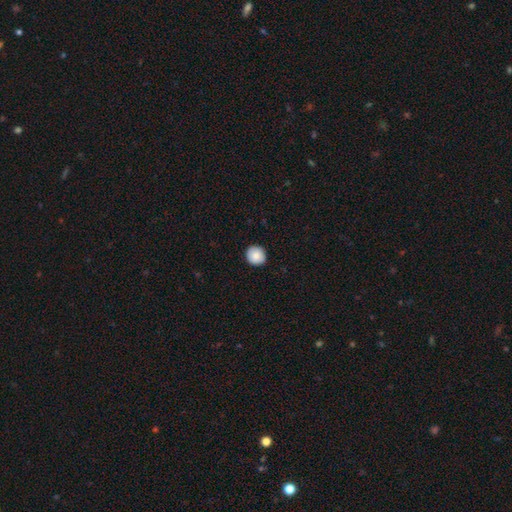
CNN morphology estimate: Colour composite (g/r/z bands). It shows a smooth galaxy with no disk features (86%) that is round (92%). Merging: none (91%).